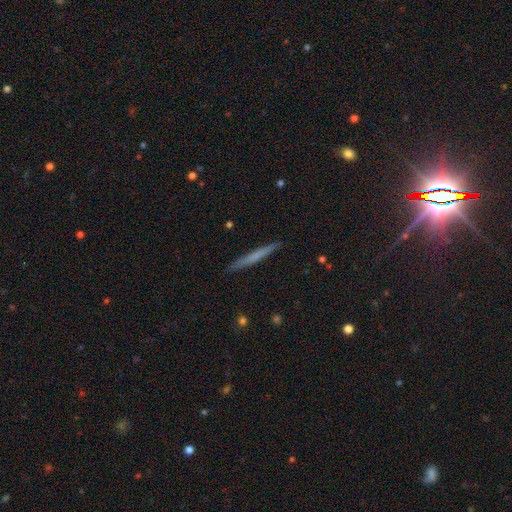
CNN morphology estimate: Smooth or featured: smooth — 52% (featured or disk — 42%)
How rounded: cigar-shaped — 97% (in between — 2%)
Merging: none — 91% (minor disturbance — 6%)